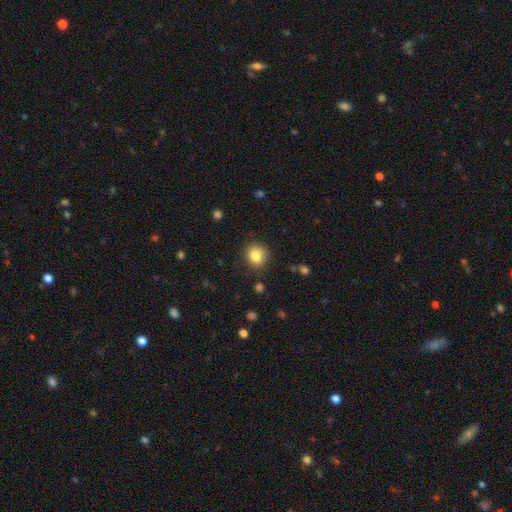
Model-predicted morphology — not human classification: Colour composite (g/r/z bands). It shows a smooth galaxy with no disk features (83%) that is round (78%). Merging: none (84%).